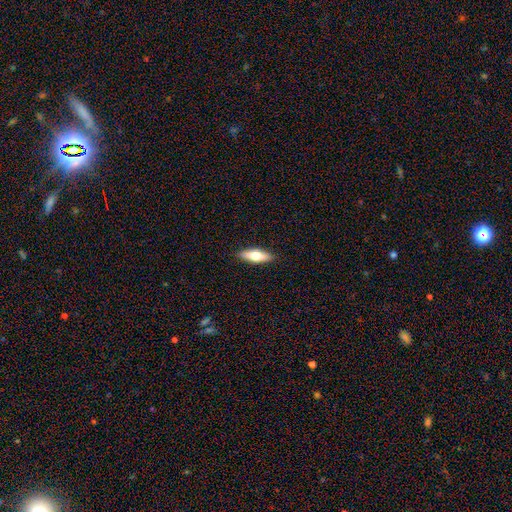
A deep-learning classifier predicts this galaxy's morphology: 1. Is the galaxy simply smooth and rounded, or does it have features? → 61% smooth, 33% featured or disk, 6% star or artifact.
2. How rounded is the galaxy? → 52% in between, 46% cigar-shaped, 2% round.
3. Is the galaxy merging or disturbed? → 90% none, 8% minor disturbance, 2% major disturbance, 1% merger.